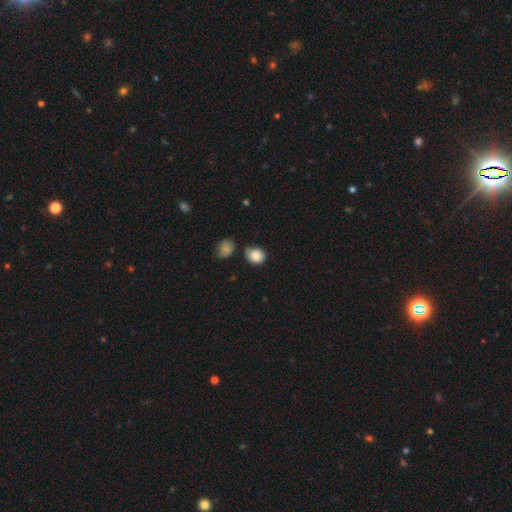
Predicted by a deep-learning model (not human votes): smooth-or-featured: smooth: 85% | star or artifact: 8% | featured or disk: 7%
  how-rounded: round: 54% | in between: 45% | cigar-shaped: 1%
  merging: none: 65% | minor disturbance: 23% | merger: 7% | major disturbance: 5%